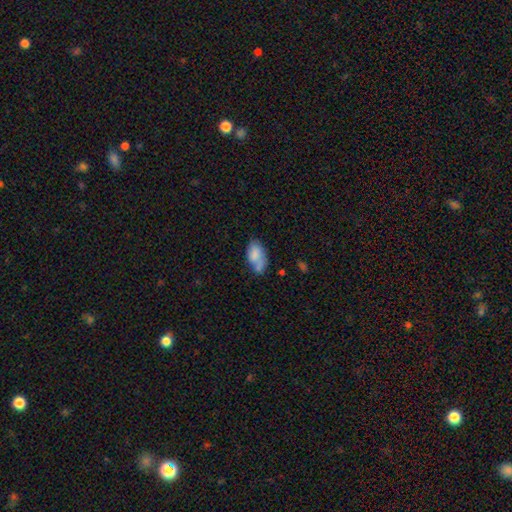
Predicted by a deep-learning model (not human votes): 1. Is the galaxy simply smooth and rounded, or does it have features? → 76% smooth, 16% featured or disk, 8% star or artifact.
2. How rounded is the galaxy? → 93% in between, 5% round, 3% cigar-shaped.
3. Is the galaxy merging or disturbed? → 46% none, 27% minor disturbance, 16% merger, 11% major disturbance.